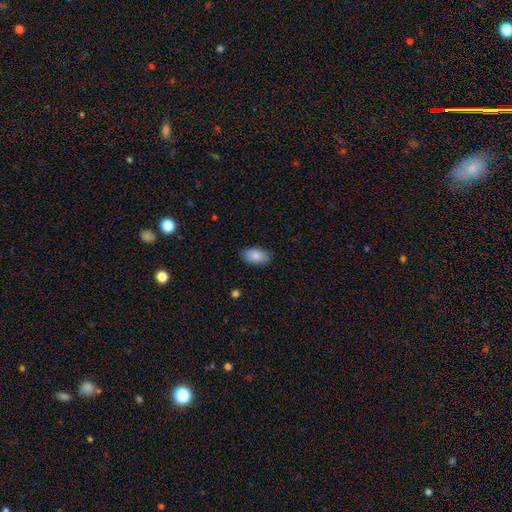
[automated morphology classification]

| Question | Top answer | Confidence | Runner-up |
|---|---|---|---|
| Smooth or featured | smooth | 87% | star or artifact (7%) |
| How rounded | in between | 94% | round (5%) |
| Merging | none | 85% | minor disturbance (12%) |